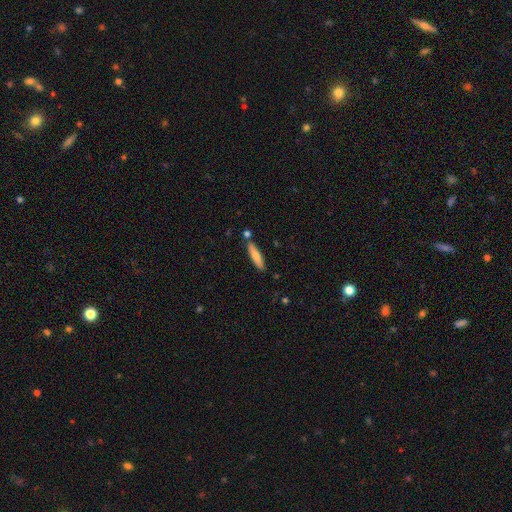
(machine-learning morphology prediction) Smooth or featured? Predicted: smooth (p=0.75). How rounded? Predicted: cigar-shaped (p=0.82). Merging? Predicted: none (p=0.79).